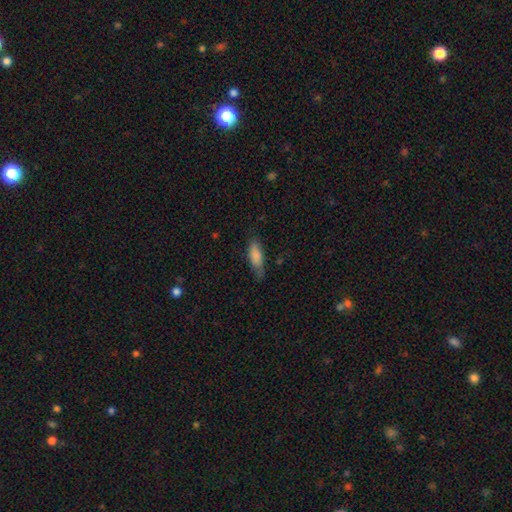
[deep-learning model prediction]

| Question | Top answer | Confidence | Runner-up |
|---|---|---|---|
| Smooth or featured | smooth | 81% | featured or disk (12%) |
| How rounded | in between | 63% | cigar-shaped (35%) |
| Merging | none | 64% | minor disturbance (27%) |